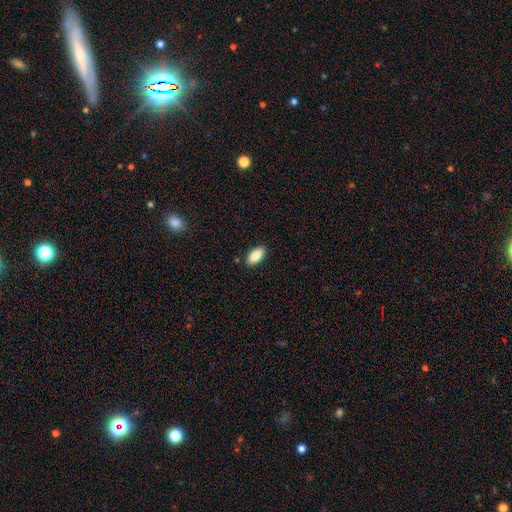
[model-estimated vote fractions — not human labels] The model was most divided on "smooth or featured": smooth: 82%, featured or disk: 11%, star or artifact: 7%. More confident: merging — none (89%); how rounded — in between (87%).